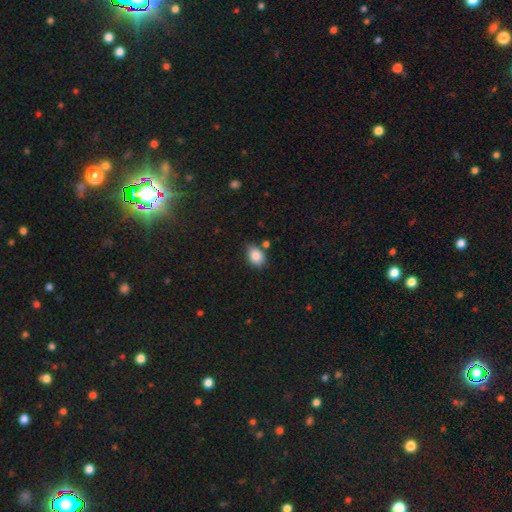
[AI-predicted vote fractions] smooth 87%, star or artifact 8%, featured or disk 5%. Down the decision tree: how rounded — in between (76%); merging — none (71%).